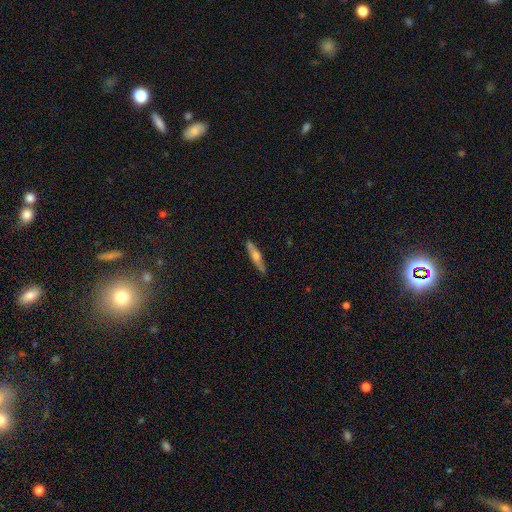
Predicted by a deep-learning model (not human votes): Q: Smooth or featured?
A: featured or disk (52%); runner-up: smooth (43%)
Q: Edge-on disk?
A: yes (94%); runner-up: no (6%)
Q: Merging?
A: none (88%); runner-up: minor disturbance (9%)